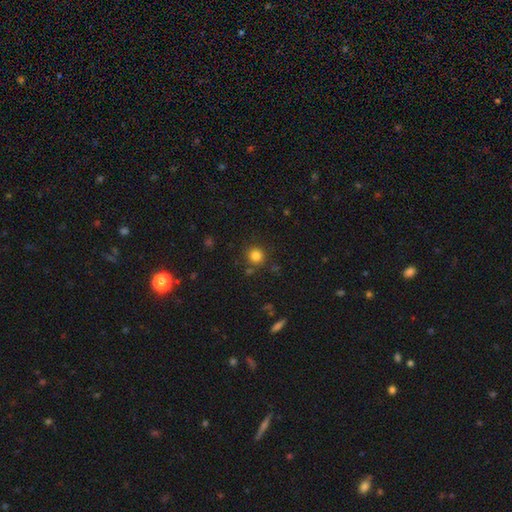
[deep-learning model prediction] smooth_or_featured: smooth (p=0.82) [alt: star or artifact p=0.13]
how_rounded: round (p=0.92) [alt: in between p=0.07]
merging: none (p=0.85) [alt: minor disturbance p=0.08]